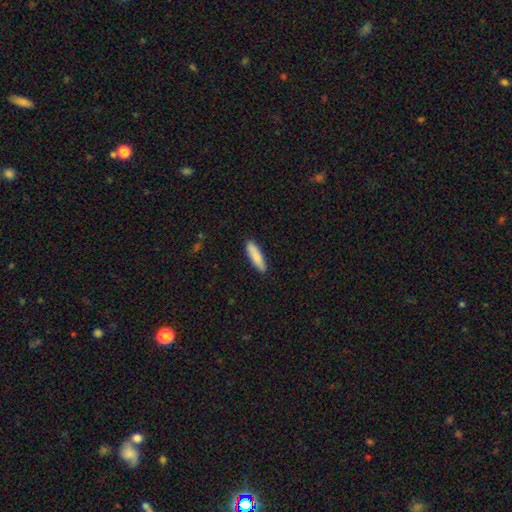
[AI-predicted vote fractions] Smooth or featured: smooth — 83% (featured or disk — 12%)
How rounded: cigar-shaped — 74% (in between — 24%)
Merging: none — 88% (minor disturbance — 9%)